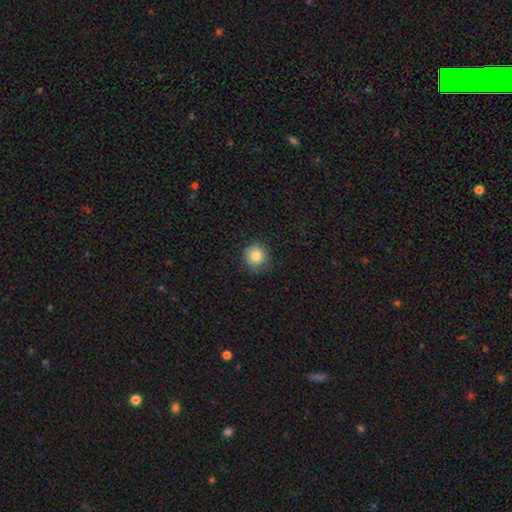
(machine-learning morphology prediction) Q: Smooth or featured?
A: smooth (84%); runner-up: star or artifact (10%)
Q: How rounded?
A: round (93%); runner-up: in between (6%)
Q: Merging?
A: none (84%); runner-up: minor disturbance (12%)